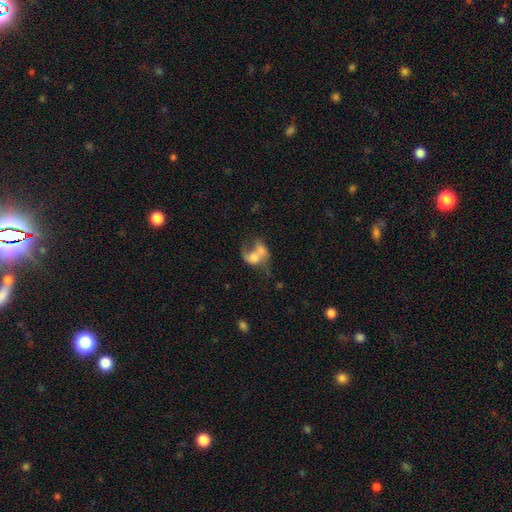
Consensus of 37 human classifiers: Q: Smooth or featured?
A: smooth (54%); runner-up: featured or disk (41%)
Q: How rounded?
A: in between (60%); runner-up: round (40%)
Q: Merging?
A: merger (77%); runner-up: major disturbance (17%)